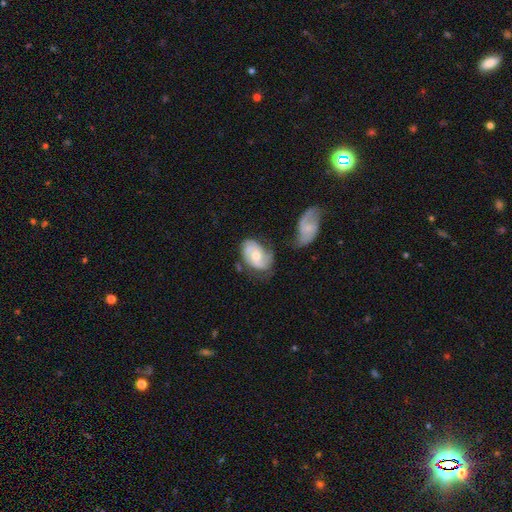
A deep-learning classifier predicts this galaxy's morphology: Smooth or featured?
  - featured or disk: 74% *
  - smooth: 21%
  - star or artifact: 6%
Edge-on disk?
  - no: 97% *
  - yes: 3%
Bar?
  - no: 64% *
  - weak: 31%
  - strong: 5%
Spiral arms?
  - yes: 92% *
  - no: 8%
Spiral winding?
  - medium: 45% *
  - tight: 39%
  - loose: 16%
Spiral arm count?
  - 2: 49% *
  - 3: 25%
  - can't tell: 17%
  - 1: 3%
  - 4: 3%
  - more than 4: 3%
Bulge size?
  - moderate: 58% *
  - small: 34%
  - large: 4%
  - none: 2%
  - dominant: 1%
Merging?
  - none: 51% *
  - minor disturbance: 25%
  - merger: 13%
  - major disturbance: 11%